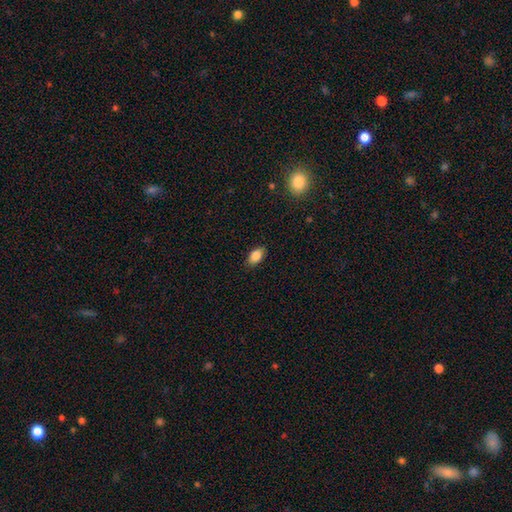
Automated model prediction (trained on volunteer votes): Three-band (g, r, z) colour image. It shows a smooth galaxy with no disk features (86%) that is in between round and cigar-shaped (91%). Merging: none (87%).